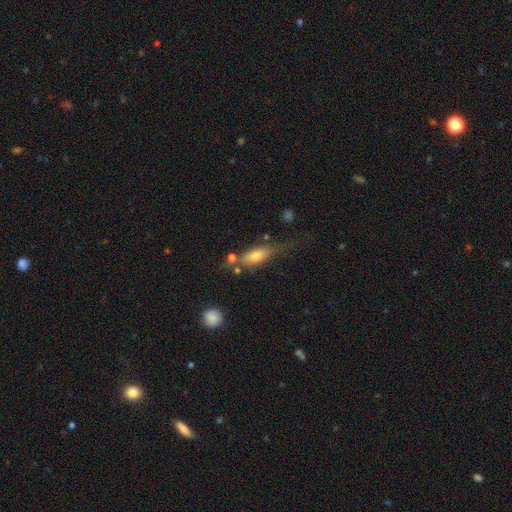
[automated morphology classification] smooth-or-featured: smooth: 59% | featured or disk: 32% | star or artifact: 9%
  how-rounded: in between: 59% | cigar-shaped: 36% | round: 5%
  merging: none: 46% | minor disturbance: 25% | major disturbance: 18% | merger: 11%